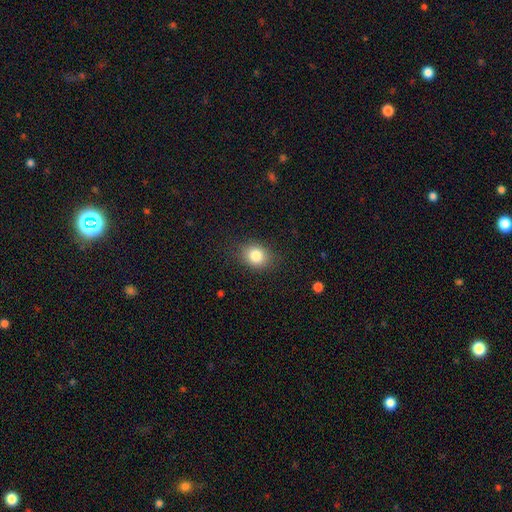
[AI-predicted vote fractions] This appears to be a smooth galaxy with no disk features (83%) that is round (53%). Merging: none (83%).